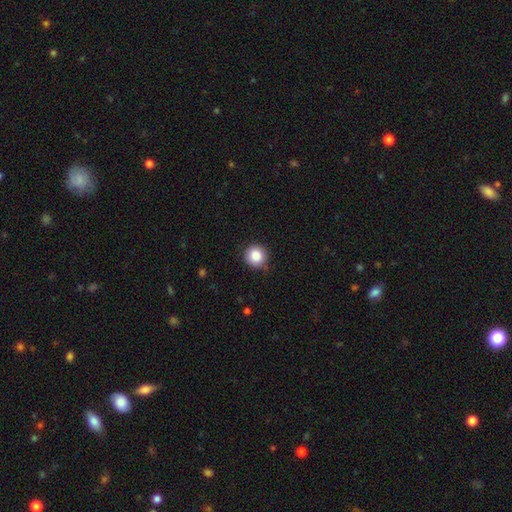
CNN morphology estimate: smooth-or-featured: smooth: 86% | star or artifact: 9% | featured or disk: 4%
  how-rounded: round: 93% | in between: 6% | cigar-shaped: 1%
  merging: none: 84% | minor disturbance: 12% | major disturbance: 2% | merger: 1%